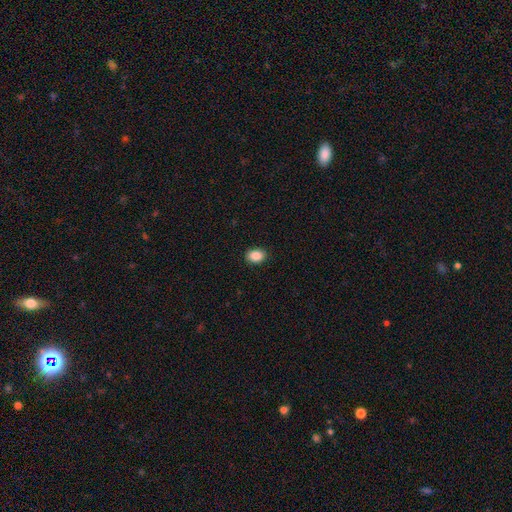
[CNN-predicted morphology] A smooth galaxy with no disk features (88%) that is in between round and cigar-shaped (75%). Merging: none (90%).